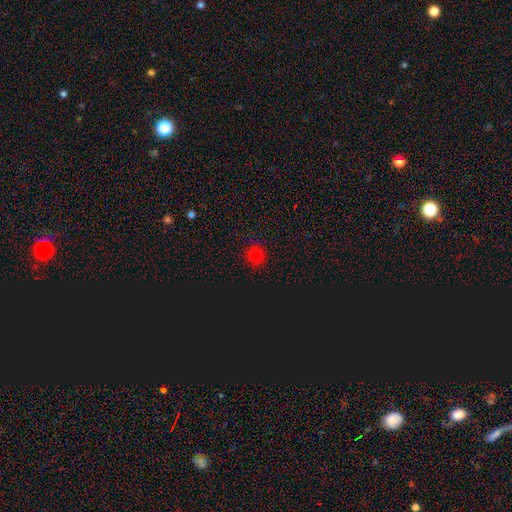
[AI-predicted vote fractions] Overall: smooth (73%). How rounded: round (90%). Merging: none (86%).